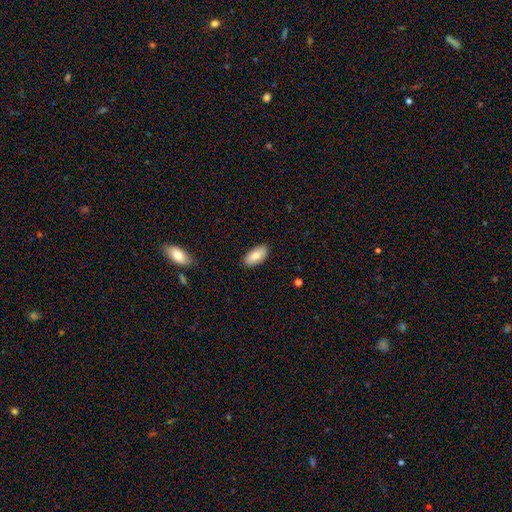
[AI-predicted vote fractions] Smooth or featured? smooth (81%)
How rounded? in between (92%)
Merging? none (88%)